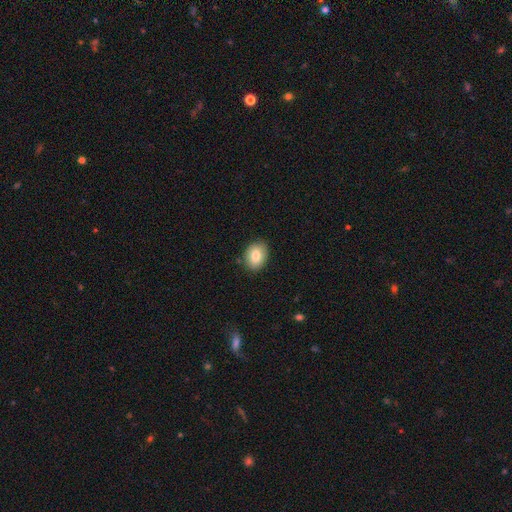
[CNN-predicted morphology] Smooth or featured? smooth (82%)
How rounded? in between (70%)
Merging? none (86%)